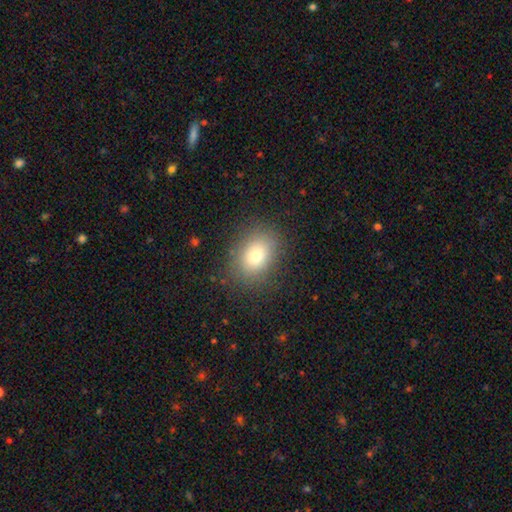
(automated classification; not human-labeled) Smooth or featured? smooth (75%)
How rounded? in between (61%)
Merging? none (83%)